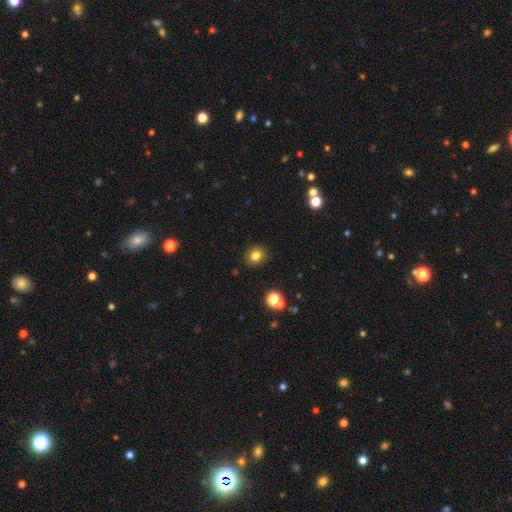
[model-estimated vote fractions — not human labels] Smooth or featured?
  - smooth: 81% *
  - star or artifact: 13%
  - featured or disk: 6%
How rounded?
  - round: 79% *
  - in between: 20%
  - cigar-shaped: 1%
Merging?
  - none: 90% *
  - minor disturbance: 6%
  - major disturbance: 2%
  - merger: 2%